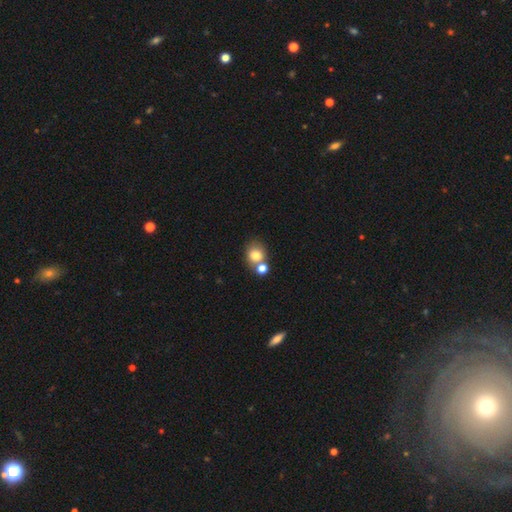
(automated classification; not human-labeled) Smooth or featured: smooth — 79% (star or artifact — 11%)
How rounded: round — 69% (in between — 30%)
Merging: none — 50% (merger — 37%)